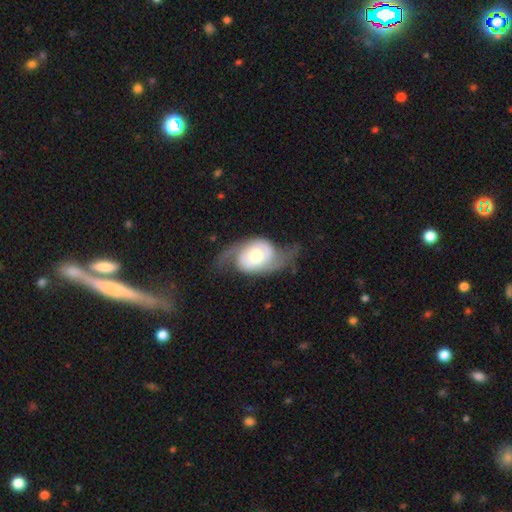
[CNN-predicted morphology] Overall: featured or disk (79%). Edge-on disk: no (96%). Bar: no (69%). Spiral arms: yes (90%). Spiral arm count: 2 (89%). Spiral winding: loose (49%; medium 36%). Bulge size: moderate (65%). Merging: none (55%; minor disturbance 22%).